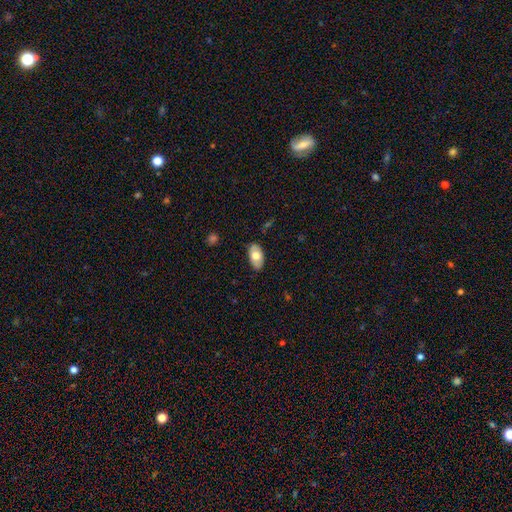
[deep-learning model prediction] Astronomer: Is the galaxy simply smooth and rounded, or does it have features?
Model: smooth — 69%.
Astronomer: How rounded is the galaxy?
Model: in between — 94%.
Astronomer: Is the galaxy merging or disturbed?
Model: none — 84%.